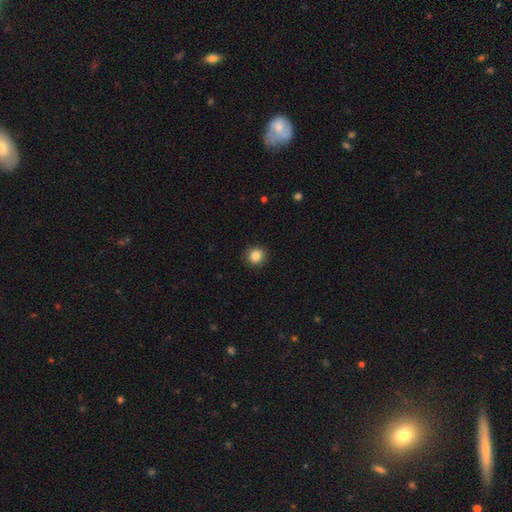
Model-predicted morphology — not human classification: This appears to be a smooth galaxy with no disk features (85%) that is round (90%). Merging: none (91%).